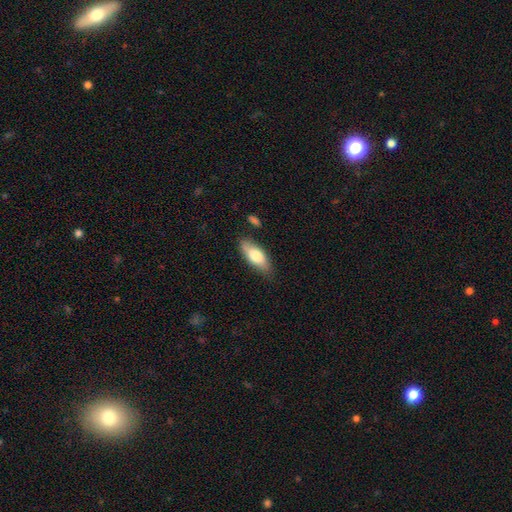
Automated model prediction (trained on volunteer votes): Q: Smooth or featured?
A: smooth (74%); runner-up: featured or disk (20%)
Q: How rounded?
A: in between (78%); runner-up: cigar-shaped (19%)
Q: Merging?
A: none (77%); runner-up: minor disturbance (16%)